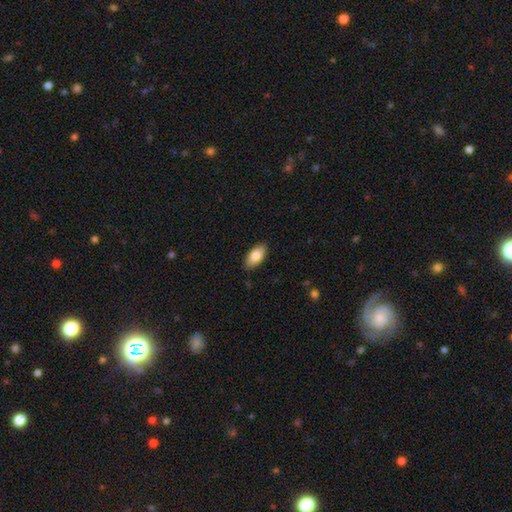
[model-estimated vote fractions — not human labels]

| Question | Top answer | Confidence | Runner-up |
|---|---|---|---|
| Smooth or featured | smooth | 84% | featured or disk (10%) |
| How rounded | in between | 94% | cigar-shaped (4%) |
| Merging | none | 87% | minor disturbance (10%) |